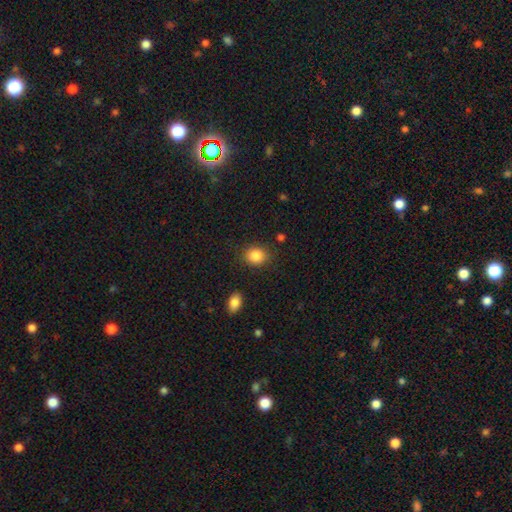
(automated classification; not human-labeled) Smooth or featured: smooth — 87% (star or artifact — 9%)
How rounded: round — 66% (in between — 33%)
Merging: none — 84% (minor disturbance — 10%)